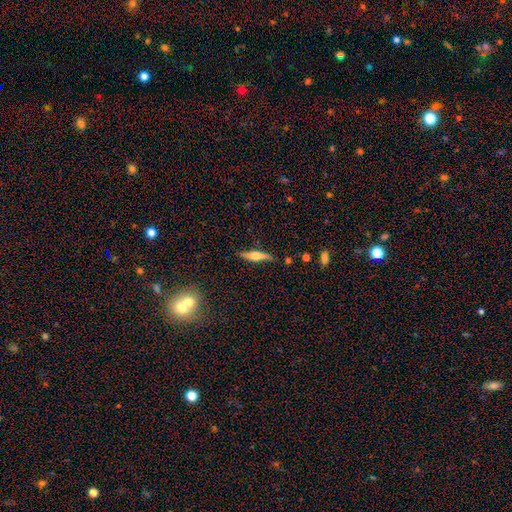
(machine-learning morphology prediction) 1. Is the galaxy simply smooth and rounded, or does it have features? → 53% featured or disk, 41% smooth, 7% star or artifact.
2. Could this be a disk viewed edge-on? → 91% yes, 9% no.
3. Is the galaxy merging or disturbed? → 80% none, 15% minor disturbance, 3% major disturbance, 2% merger.